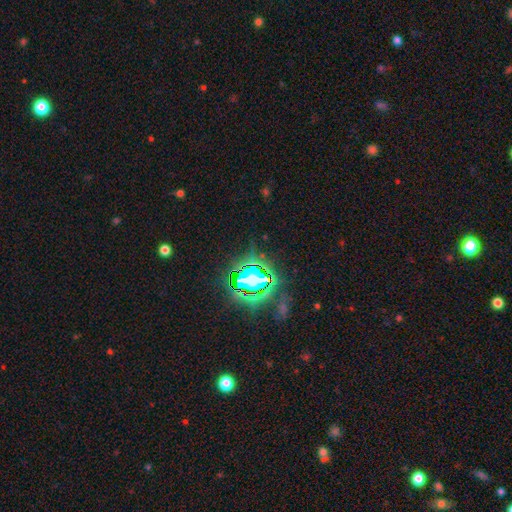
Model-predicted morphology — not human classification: Smooth or featured: star or artifact — 84% (smooth — 10%)